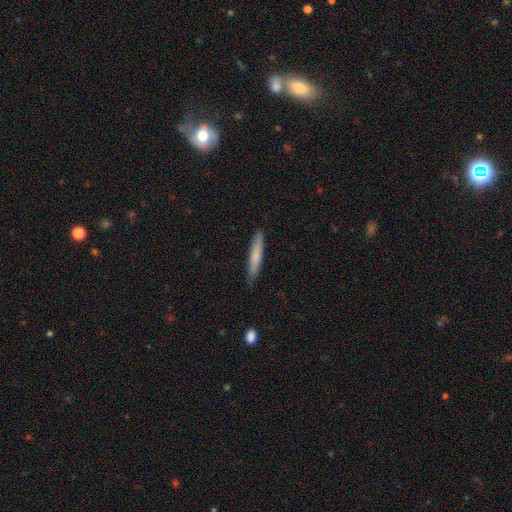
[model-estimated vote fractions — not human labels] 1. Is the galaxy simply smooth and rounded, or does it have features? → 74% smooth, 21% featured or disk, 6% star or artifact.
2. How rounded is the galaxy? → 92% cigar-shaped, 7% in between, 1% round.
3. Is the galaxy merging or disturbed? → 83% none, 14% minor disturbance, 2% major disturbance, 1% merger.